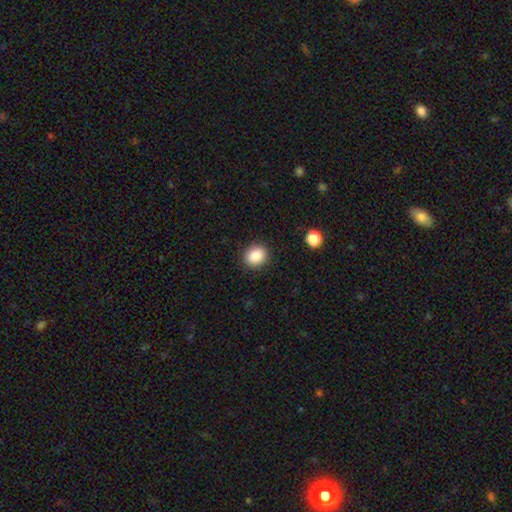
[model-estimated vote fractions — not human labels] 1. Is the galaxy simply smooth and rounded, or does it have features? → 88% smooth, 9% star or artifact, 3% featured or disk.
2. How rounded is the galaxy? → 68% round, 31% in between, 1% cigar-shaped.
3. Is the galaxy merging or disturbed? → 89% none, 7% minor disturbance, 2% major disturbance, 1% merger.